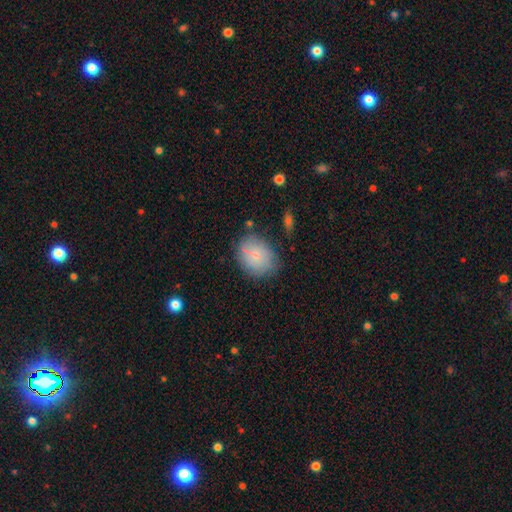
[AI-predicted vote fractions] Smooth or featured? Predicted: smooth (p=0.72). How rounded? Predicted: in between (p=0.51). Merging? Predicted: none (p=0.68).